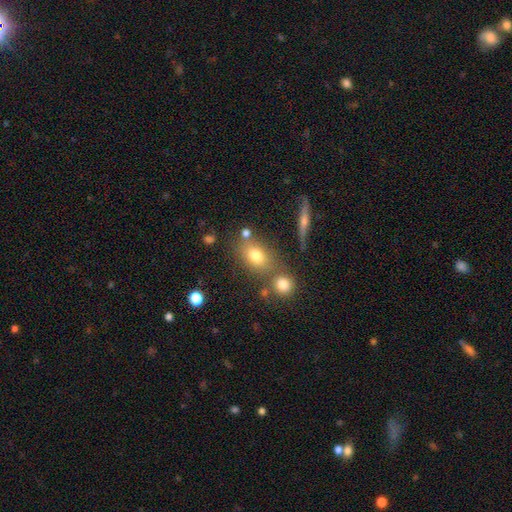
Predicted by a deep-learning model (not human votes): Smooth or featured?
  - smooth: 72% *
  - featured or disk: 15%
  - star or artifact: 13%
How rounded?
  - in between: 70% *
  - round: 25%
  - cigar-shaped: 4%
Merging?
  - none: 63% *
  - merger: 19%
  - minor disturbance: 13%
  - major disturbance: 5%